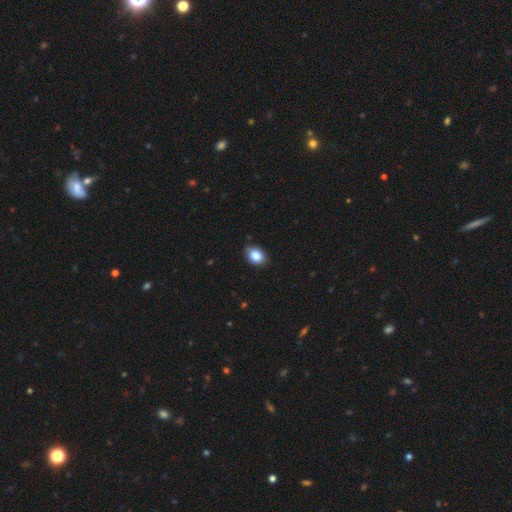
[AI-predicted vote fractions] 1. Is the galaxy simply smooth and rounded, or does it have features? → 86% smooth, 8% star or artifact, 6% featured or disk.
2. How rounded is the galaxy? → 71% in between, 28% round, 1% cigar-shaped.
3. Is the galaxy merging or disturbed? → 82% none, 15% minor disturbance, 2% major disturbance, 1% merger.